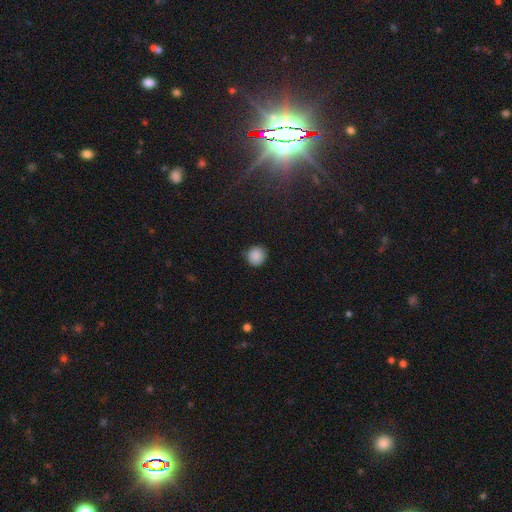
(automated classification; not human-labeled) Morphology: type=smooth (87%); roundness=round (93%); merging=none (84%).